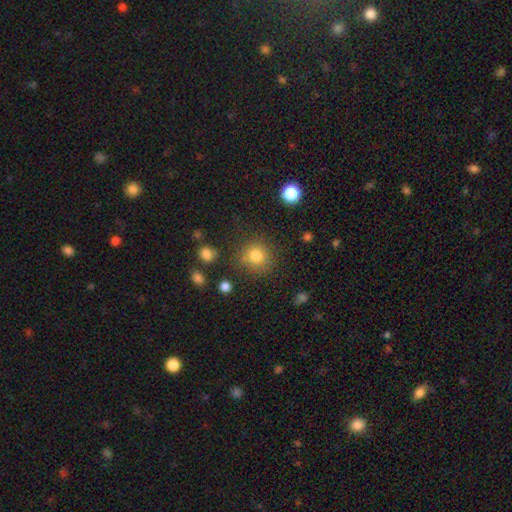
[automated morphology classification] A smooth galaxy with no disk features (80%) that is round (90%). Merging: none (78%).